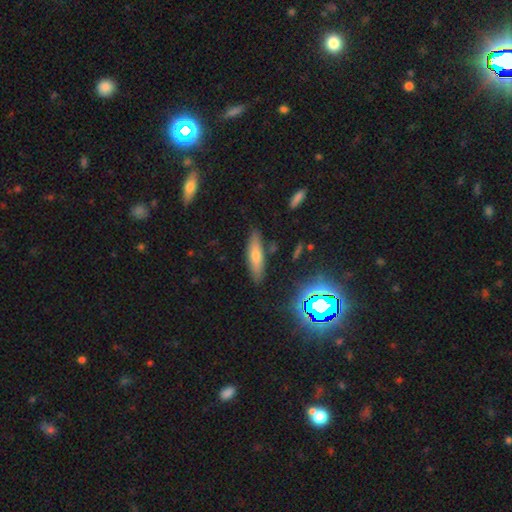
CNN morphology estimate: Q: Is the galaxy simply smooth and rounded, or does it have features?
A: smooth — 58%.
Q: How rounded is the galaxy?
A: cigar-shaped — 63%.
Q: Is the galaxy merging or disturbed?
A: none — 84%.